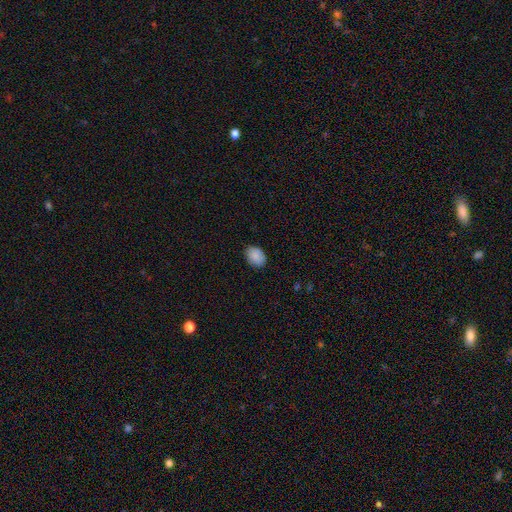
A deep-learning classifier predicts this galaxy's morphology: Smooth or featured? smooth (88%)
How rounded? in between (69%)
Merging? none (85%)